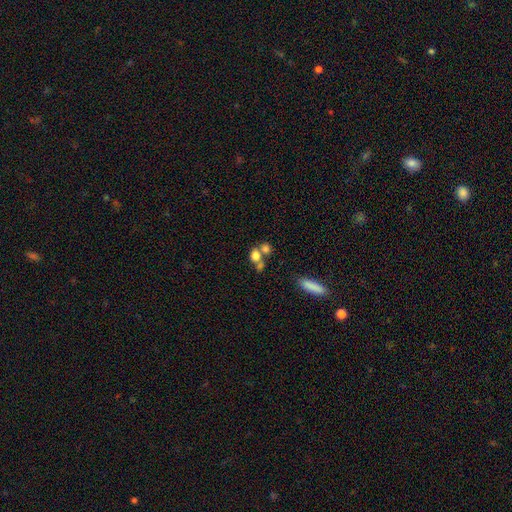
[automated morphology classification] The model was most divided on "merging": merger: 49%, none: 37%, minor disturbance: 9%, major disturbance: 6%. More confident: smooth or featured — smooth (74%); how rounded — round (63%).